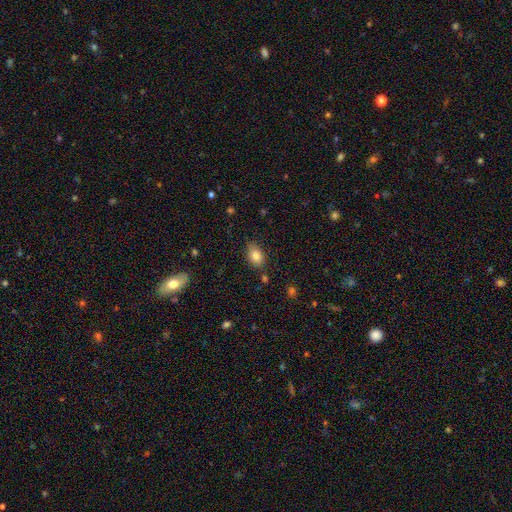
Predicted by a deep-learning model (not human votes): Morphology: type=smooth (83%); roundness=in between (84%); merging=none (78%).